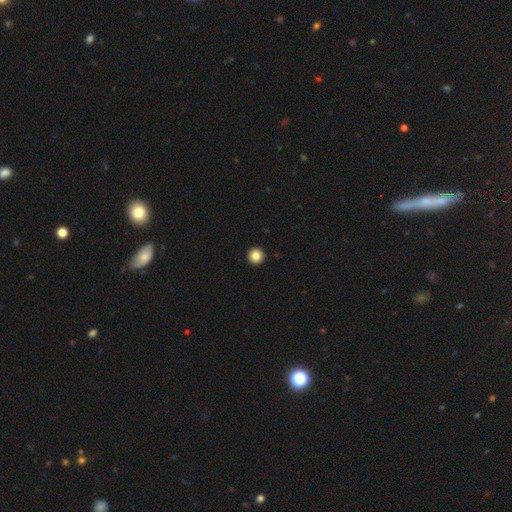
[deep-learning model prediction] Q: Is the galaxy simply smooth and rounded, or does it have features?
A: smooth — 85%.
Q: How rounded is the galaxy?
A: round — 96%.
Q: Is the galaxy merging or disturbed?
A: none — 94%.